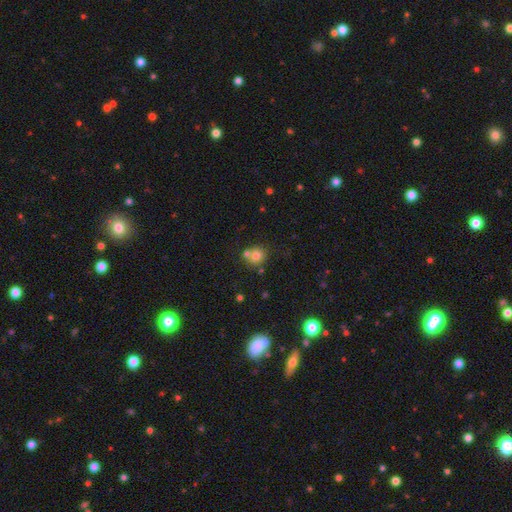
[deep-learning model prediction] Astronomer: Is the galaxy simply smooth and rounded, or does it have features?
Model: smooth — 76%.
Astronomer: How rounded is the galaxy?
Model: round — 84%.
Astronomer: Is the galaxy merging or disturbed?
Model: none — 57%.